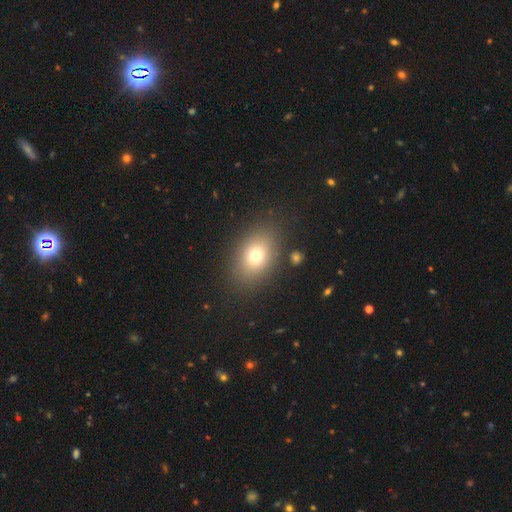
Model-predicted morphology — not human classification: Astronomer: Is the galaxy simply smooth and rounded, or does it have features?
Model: smooth — 73%.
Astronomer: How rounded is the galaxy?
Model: in between — 73%.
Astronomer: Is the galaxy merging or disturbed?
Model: none — 84%.